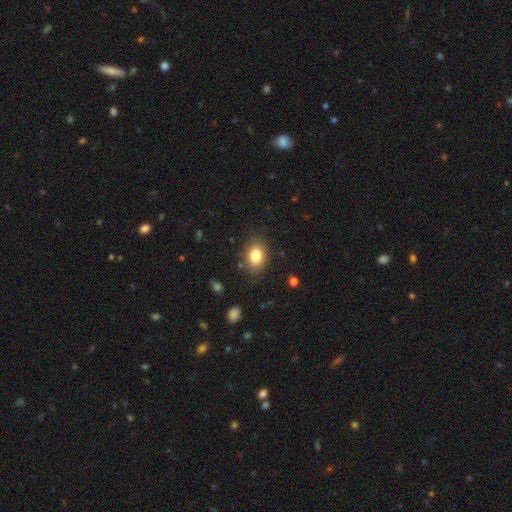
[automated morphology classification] The model was most divided on "how rounded": in between: 73%, round: 26%, cigar-shaped: 1%. More confident: smooth or featured — smooth (83%); merging — none (82%).